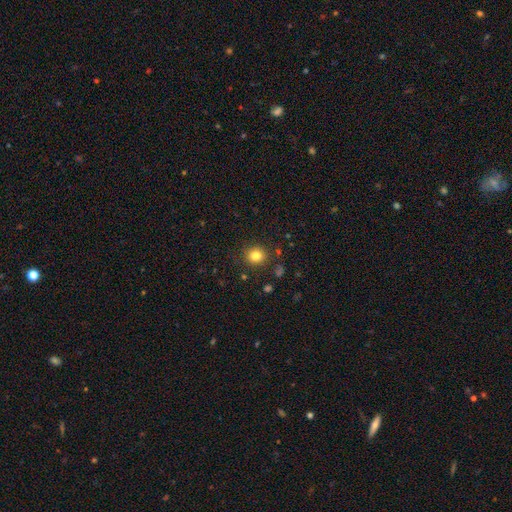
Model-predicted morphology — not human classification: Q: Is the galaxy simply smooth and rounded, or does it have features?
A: smooth — 81%.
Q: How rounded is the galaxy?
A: round — 84%.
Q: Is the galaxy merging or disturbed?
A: none — 88%.